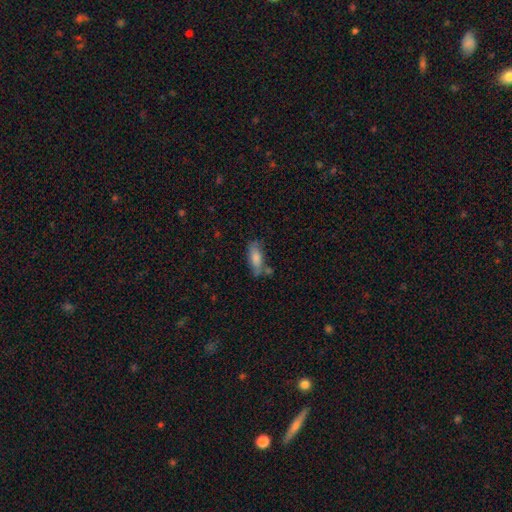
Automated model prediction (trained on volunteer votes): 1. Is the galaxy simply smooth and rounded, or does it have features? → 74% smooth, 18% featured or disk, 8% star or artifact.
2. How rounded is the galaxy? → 65% in between, 32% cigar-shaped, 3% round.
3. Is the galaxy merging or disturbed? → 60% none, 22% minor disturbance, 12% merger, 6% major disturbance.